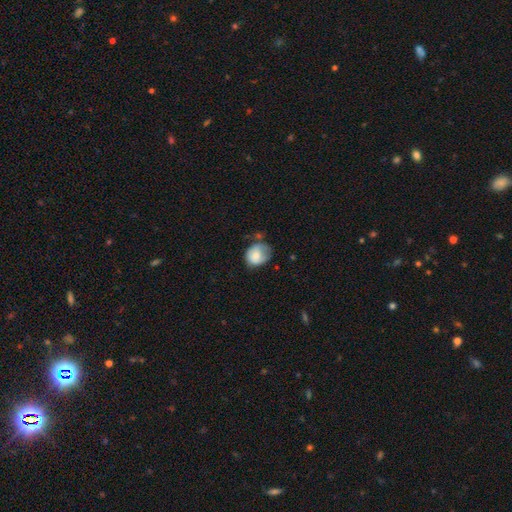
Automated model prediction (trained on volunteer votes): smooth-or-featured: smooth: 72% | featured or disk: 20% | star or artifact: 8%
  how-rounded: round: 61% | in between: 38% | cigar-shaped: 1%
  merging: minor disturbance: 38% | none: 37% | major disturbance: 18% | merger: 7%